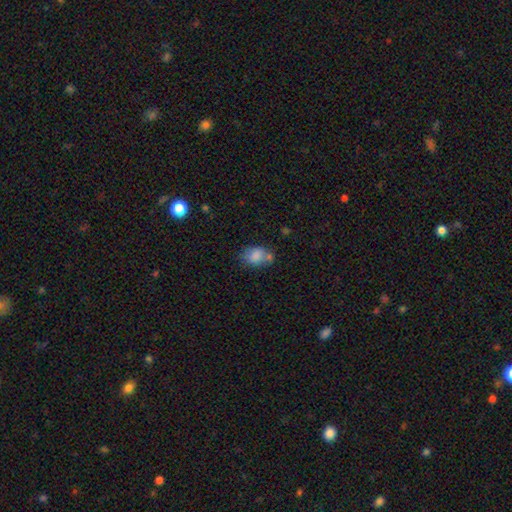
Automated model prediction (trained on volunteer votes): Morphology: type=smooth (81%); roundness=in between (75%); merging=none (52%).